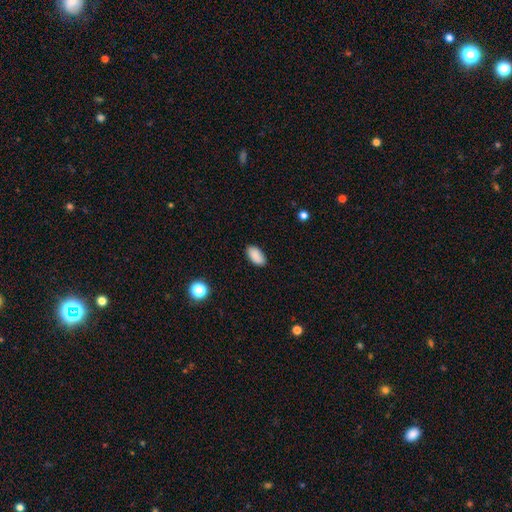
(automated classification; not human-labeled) smooth_or_featured: smooth (p=0.89) [alt: star or artifact p=0.08]
how_rounded: in between (p=0.94) [alt: cigar-shaped p=0.03]
merging: none (p=0.86) [alt: minor disturbance p=0.10]